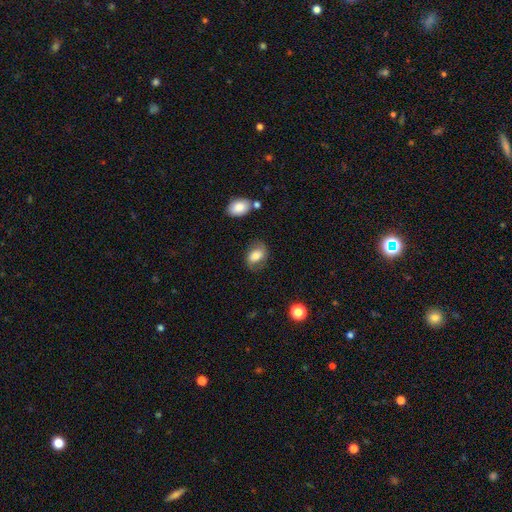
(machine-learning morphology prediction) Overall: smooth (73%). How rounded: in between (79%). Merging: none (68%).